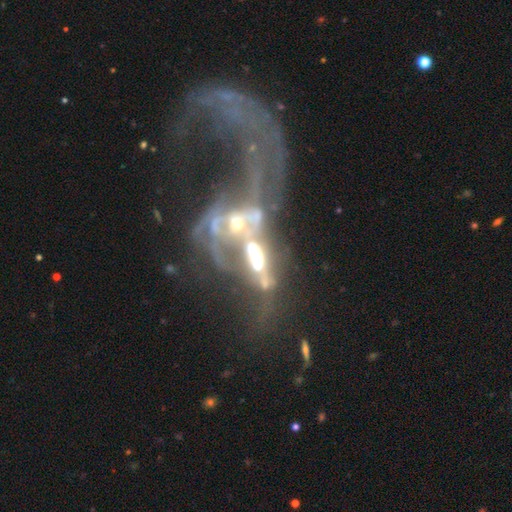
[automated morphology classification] Smooth or featured? featured or disk (73%)
Edge-on disk? no (93%)
Bar? no (62%)
Spiral arms? no (52%)
Bulge size? moderate (42%)
Merging? merger (66%)